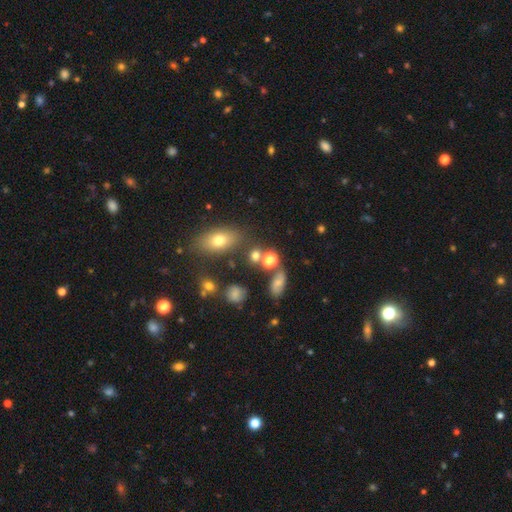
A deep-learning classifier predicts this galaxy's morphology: Overall: smooth (72%). How rounded: round (64%; in between 33%). Merging: none (59%; merger 23%).